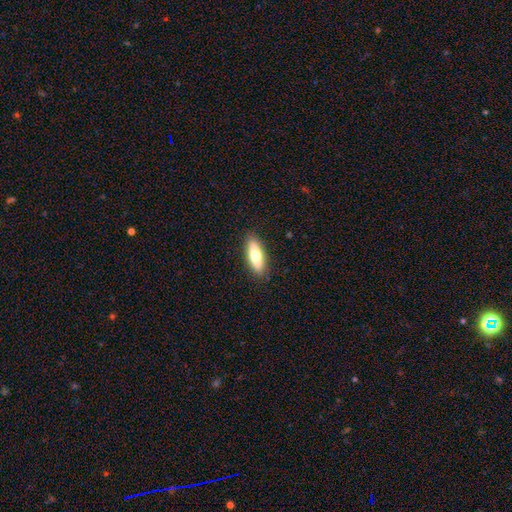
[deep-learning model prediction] Smooth or featured? smooth (69%)
How rounded? in between (52%)
Merging? none (88%)